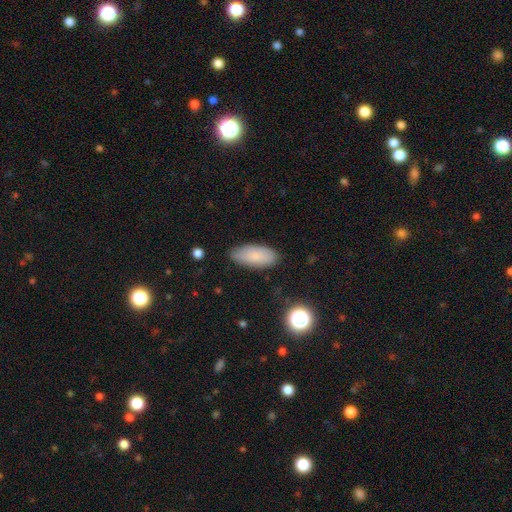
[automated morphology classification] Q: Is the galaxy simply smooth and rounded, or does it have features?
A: smooth — 84%.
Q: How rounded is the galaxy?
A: in between — 86%.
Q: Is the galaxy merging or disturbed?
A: none — 83%.